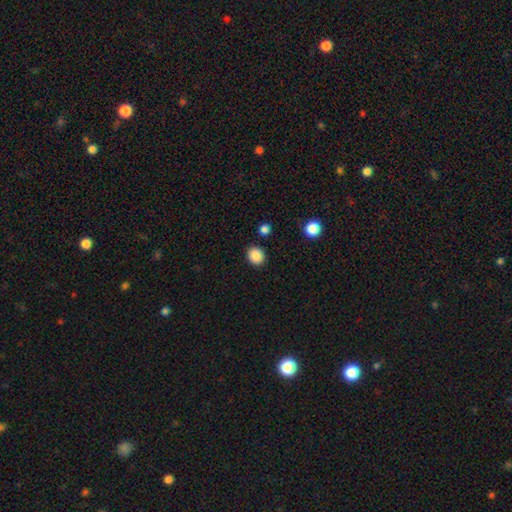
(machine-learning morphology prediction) The model was most divided on "how rounded": round: 77%, in between: 22%, cigar-shaped: 1%. More confident: merging — none (88%); smooth or featured — smooth (88%).